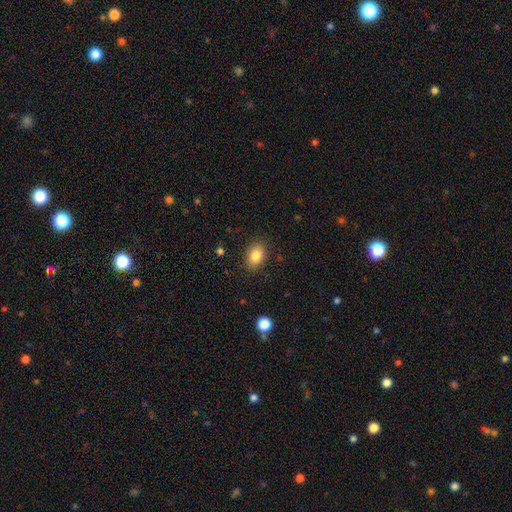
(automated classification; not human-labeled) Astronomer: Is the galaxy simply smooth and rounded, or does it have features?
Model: smooth — 84%.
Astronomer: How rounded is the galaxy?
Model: in between — 80%.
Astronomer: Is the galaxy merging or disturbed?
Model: none — 86%.